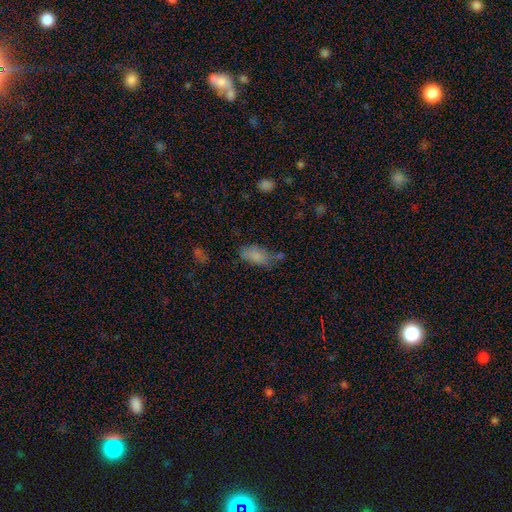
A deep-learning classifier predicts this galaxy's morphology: This appears to be a smooth galaxy with no disk features (80%) that is in between round and cigar-shaped (87%). Merging: none (51%).